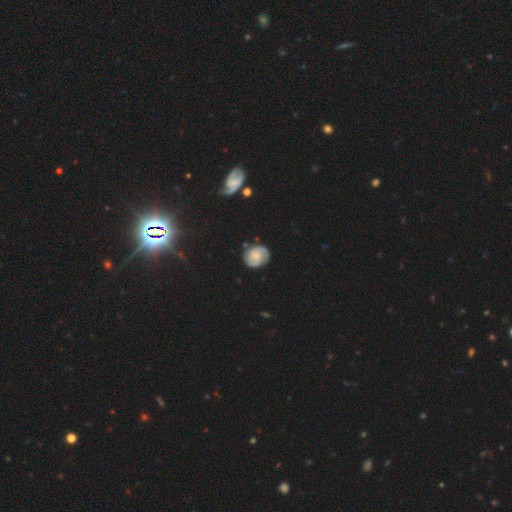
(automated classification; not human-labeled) Smooth or featured? featured or disk (53%)
Edge-on disk? no (97%)
Bar? no (75%)
Spiral arms? yes (88%)
Bulge size? small (54%)
Merging? none (73%)